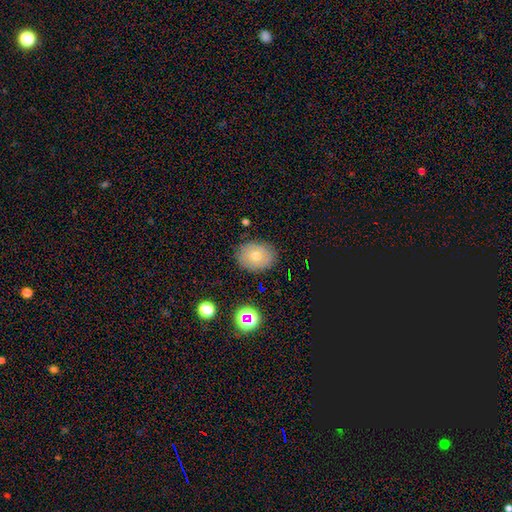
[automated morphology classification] Smooth or featured? Predicted: smooth (p=0.65). How rounded? Predicted: in between (p=0.54). Merging? Predicted: none (p=0.86).